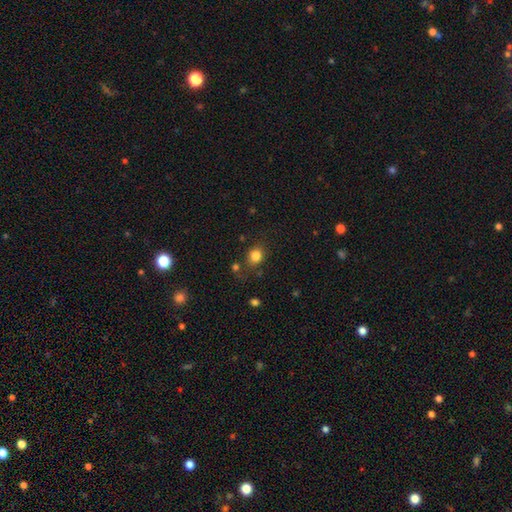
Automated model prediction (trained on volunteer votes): Smooth or featured? smooth (82%)
How rounded? round (67%)
Merging? none (75%)